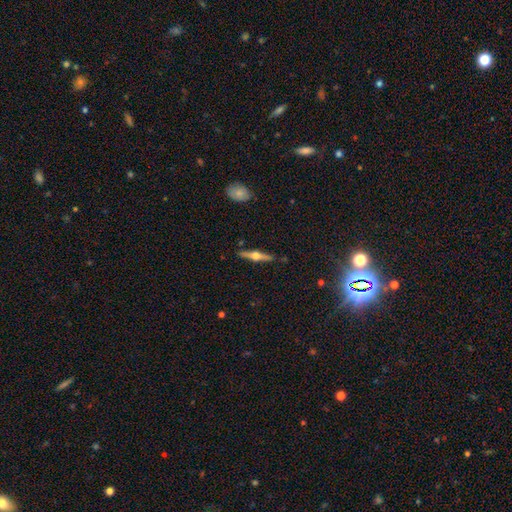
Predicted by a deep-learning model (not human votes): This appears to be a featured or disk galaxy (72%) viewed edge-on (98%) with a rounded central bulge (95%). Merging: none (90%).